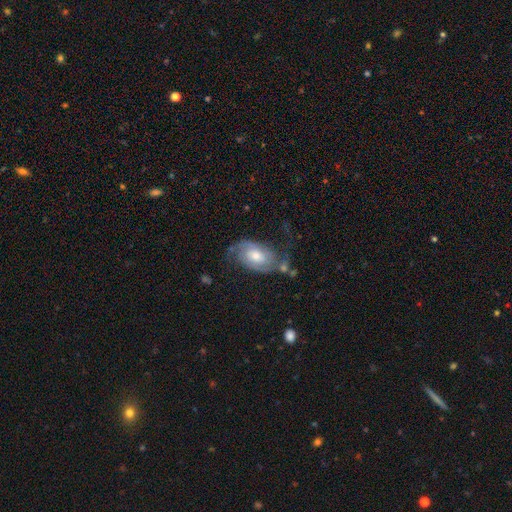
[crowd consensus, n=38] A featured or disk galaxy (82%) with no bar (74%), 2 (63%) tight (67%) spiral arms (97%) and a moderate central bulge (65%). Merging: none (73%).